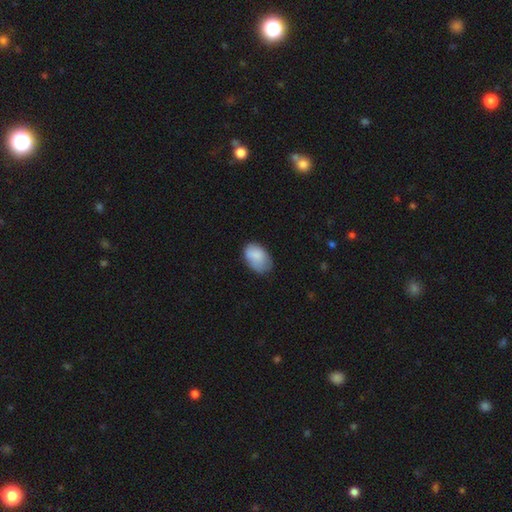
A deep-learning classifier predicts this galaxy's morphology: A smooth galaxy with no disk features (85%) that is in between round and cigar-shaped (89%).

Vote fractions:
- Smooth or featured? smooth: 85% / featured or disk: 8% / star or artifact: 7%
- How rounded? in between: 89% / round: 9% / cigar-shaped: 1%
- Merging? none: 60% / minor disturbance: 31% / major disturbance: 7% / merger: 2%